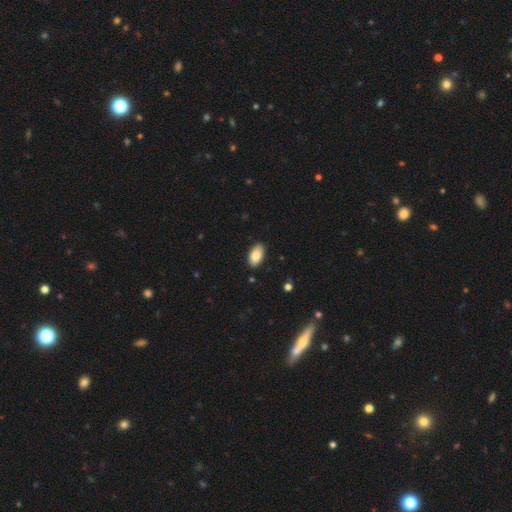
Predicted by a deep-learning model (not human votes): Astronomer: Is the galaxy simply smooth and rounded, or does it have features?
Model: smooth — 82%.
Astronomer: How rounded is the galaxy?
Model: in between — 94%.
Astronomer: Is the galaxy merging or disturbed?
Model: none — 88%.